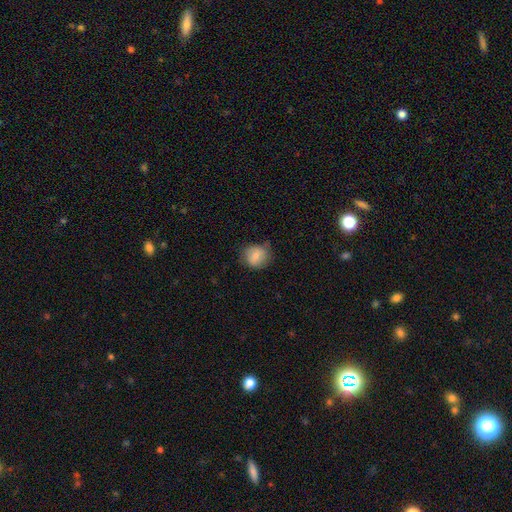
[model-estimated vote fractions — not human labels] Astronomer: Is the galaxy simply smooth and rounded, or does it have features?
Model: smooth — 79%.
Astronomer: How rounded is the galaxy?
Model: round — 75%.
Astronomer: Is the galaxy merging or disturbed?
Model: none — 68%.